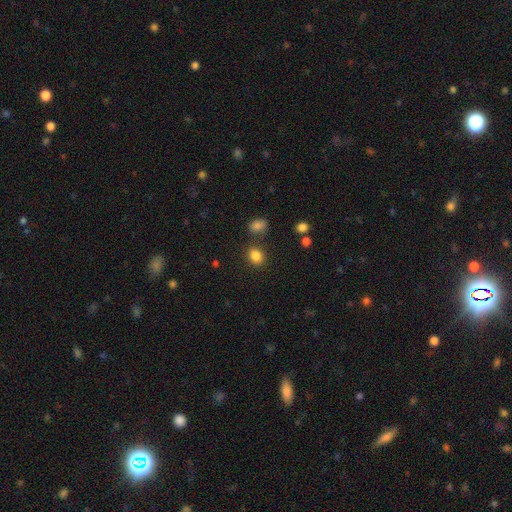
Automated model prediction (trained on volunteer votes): The model was most divided on "how rounded": in between: 54%, round: 45%, cigar-shaped: 1%. More confident: smooth or featured — smooth (84%); merging — none (78%).